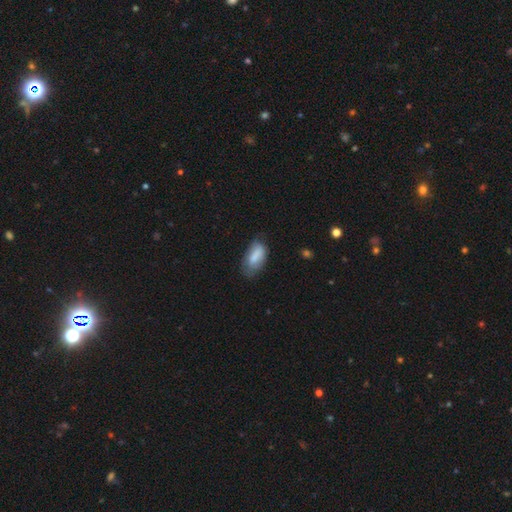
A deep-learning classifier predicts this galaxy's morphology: This appears to be a smooth galaxy with no disk features (78%) that is in between round and cigar-shaped (90%). Merging: none (56%).